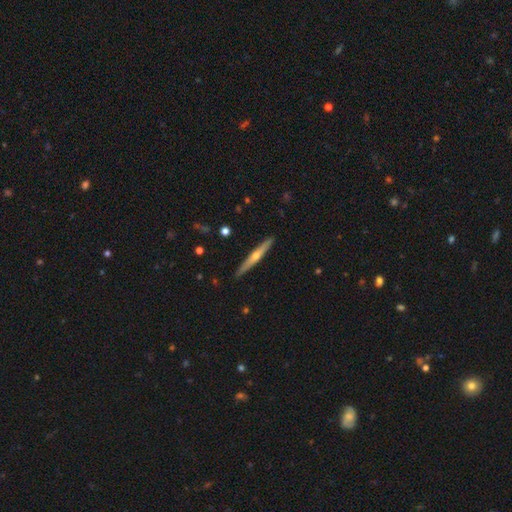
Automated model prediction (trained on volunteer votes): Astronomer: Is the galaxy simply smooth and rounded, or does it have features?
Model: featured or disk — 64%.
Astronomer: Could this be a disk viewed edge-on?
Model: yes — 97%.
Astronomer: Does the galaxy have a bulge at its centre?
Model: rounded — 80%.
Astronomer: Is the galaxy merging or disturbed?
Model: none — 91%.